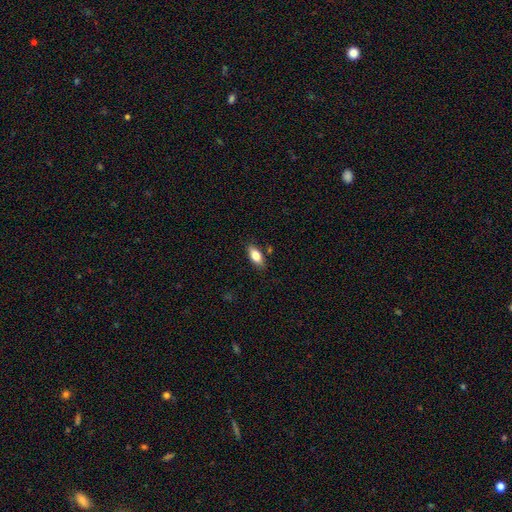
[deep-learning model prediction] Morphology: type=smooth (80%); roundness=in between (85%); merging=none (83%).